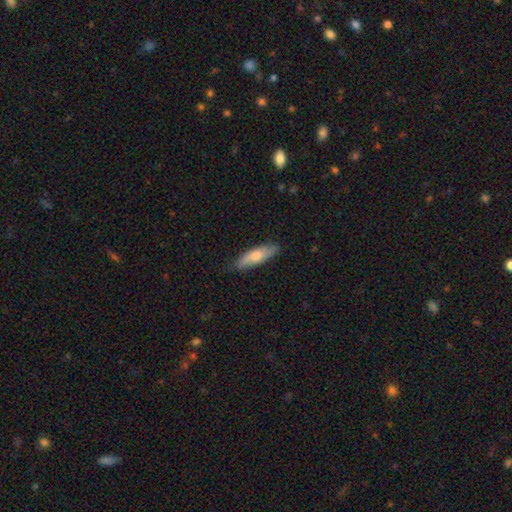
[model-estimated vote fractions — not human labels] The model was most divided on "how rounded": cigar-shaped: 60%, in between: 38%, round: 2%. More confident: merging — none (82%); smooth or featured — smooth (66%).